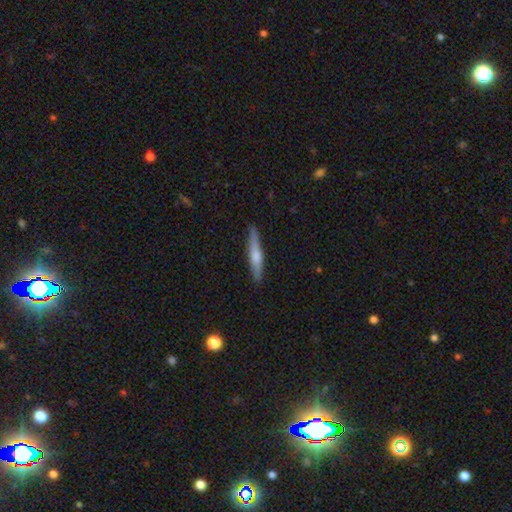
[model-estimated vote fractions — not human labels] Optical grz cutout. It shows a smooth galaxy with no disk features (48%). Merging: none (90%).